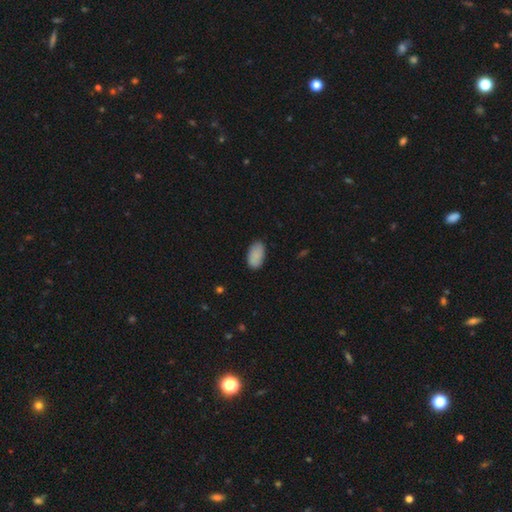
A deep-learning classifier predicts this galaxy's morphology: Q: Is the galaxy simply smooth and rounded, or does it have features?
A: smooth — 88%.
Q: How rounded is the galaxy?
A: in between — 95%.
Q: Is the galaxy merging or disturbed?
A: none — 85%.